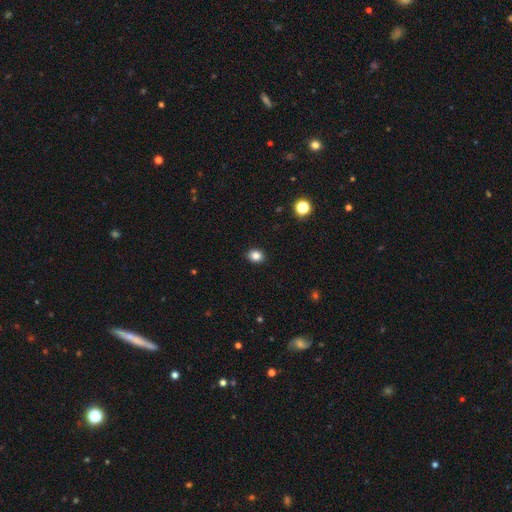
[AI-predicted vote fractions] Q: Smooth or featured?
A: smooth (84%); runner-up: star or artifact (11%)
Q: How rounded?
A: round (54%); runner-up: in between (45%)
Q: Merging?
A: none (91%); runner-up: minor disturbance (6%)